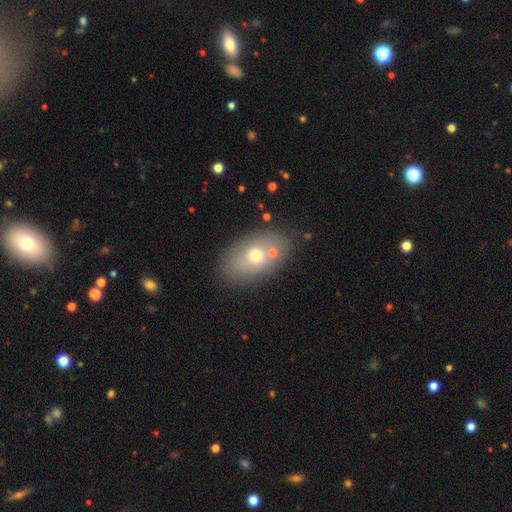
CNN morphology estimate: Smooth or featured?
  - smooth: 66% *
  - featured or disk: 25%
  - star or artifact: 10%
How rounded?
  - in between: 88% *
  - round: 10%
  - cigar-shaped: 2%
Merging?
  - none: 73% *
  - minor disturbance: 13%
  - merger: 10%
  - major disturbance: 4%